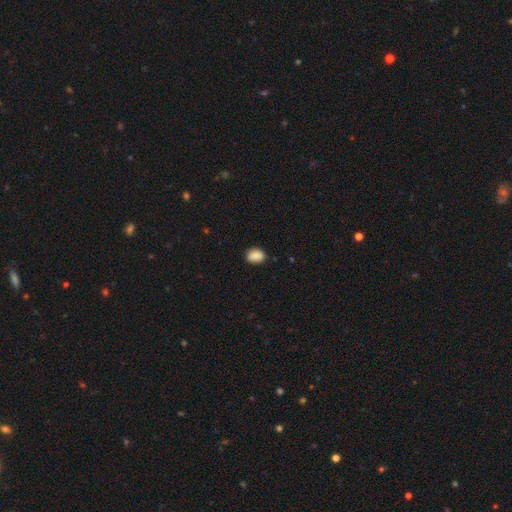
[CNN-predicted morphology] Smooth or featured? Predicted: smooth (p=0.88). How rounded? Predicted: in between (p=0.69). Merging? Predicted: none (p=0.83).